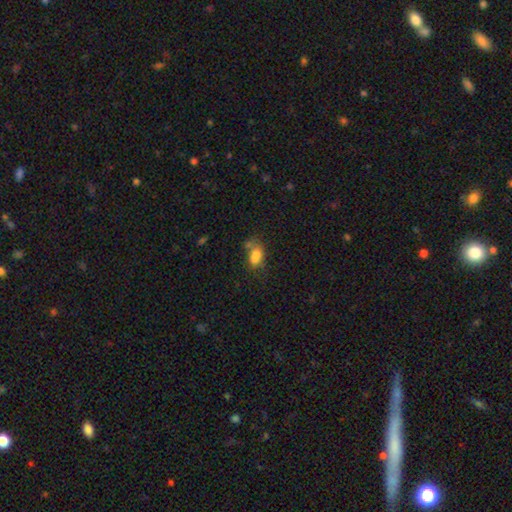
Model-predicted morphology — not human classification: Smooth or featured? Predicted: smooth (p=0.68). How rounded? Predicted: in between (p=0.74). Merging? Predicted: merger (p=0.44).